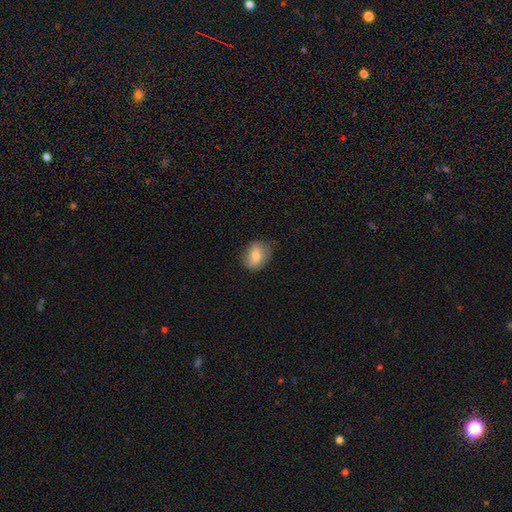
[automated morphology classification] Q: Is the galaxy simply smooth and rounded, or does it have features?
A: smooth — 75%.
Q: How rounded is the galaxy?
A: in between — 65%.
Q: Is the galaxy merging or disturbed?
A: none — 78%.